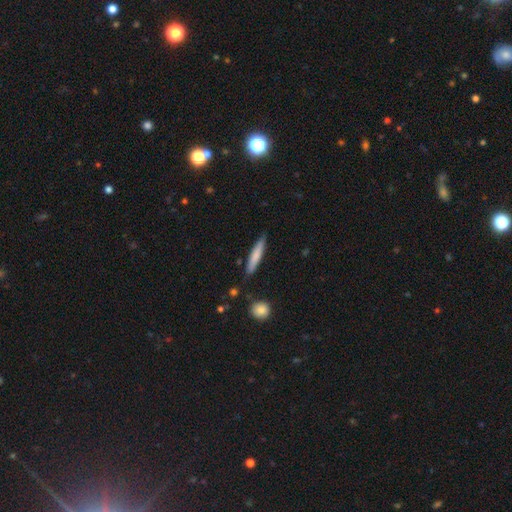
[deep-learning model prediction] The model was most divided on "smooth or featured": smooth: 74%, featured or disk: 21%, star or artifact: 5%. More confident: how rounded — cigar-shaped (90%); merging — none (82%).